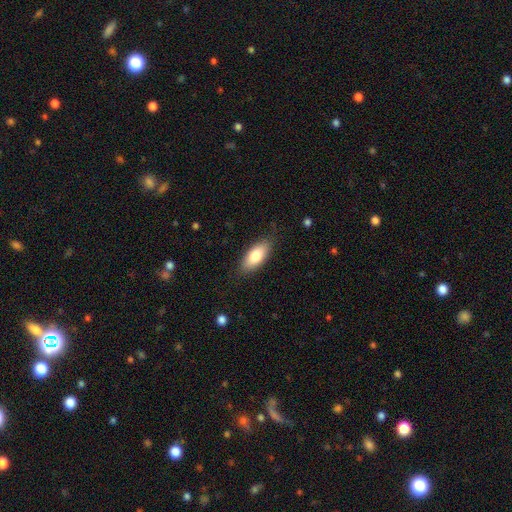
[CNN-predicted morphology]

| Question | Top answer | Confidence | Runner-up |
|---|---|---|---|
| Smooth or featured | smooth | 79% | featured or disk (15%) |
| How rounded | in between | 85% | cigar-shaped (13%) |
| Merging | none | 83% | minor disturbance (13%) |